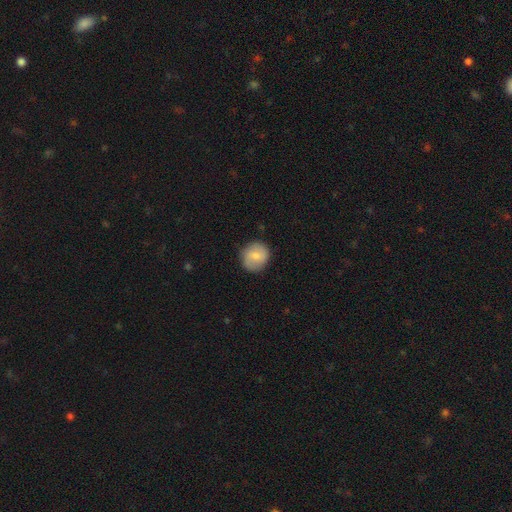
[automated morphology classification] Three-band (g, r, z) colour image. It shows a smooth galaxy with no disk features (69%) that is round (88%). Merging: none (86%).